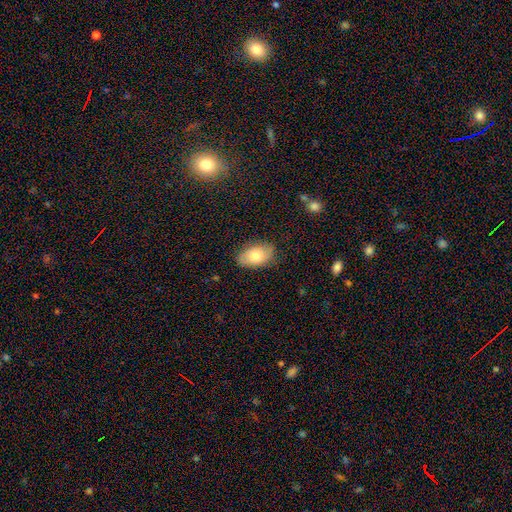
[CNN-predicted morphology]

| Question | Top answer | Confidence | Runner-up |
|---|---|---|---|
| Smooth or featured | smooth | 73% | featured or disk (20%) |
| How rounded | in between | 92% | round (7%) |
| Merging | none | 82% | minor disturbance (14%) |